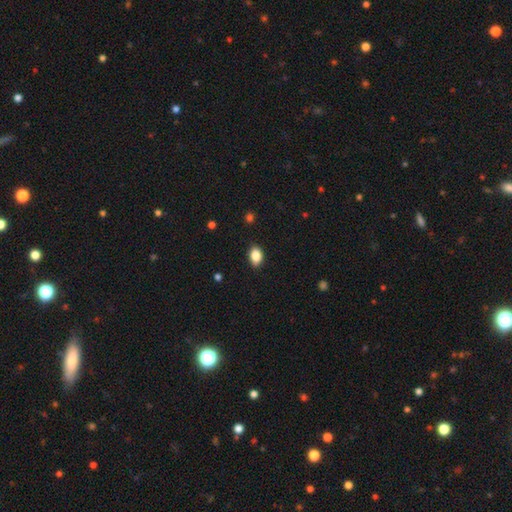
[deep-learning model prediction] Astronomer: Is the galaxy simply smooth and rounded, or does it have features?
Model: smooth — 86%.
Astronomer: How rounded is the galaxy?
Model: in between — 83%.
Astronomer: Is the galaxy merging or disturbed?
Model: none — 87%.